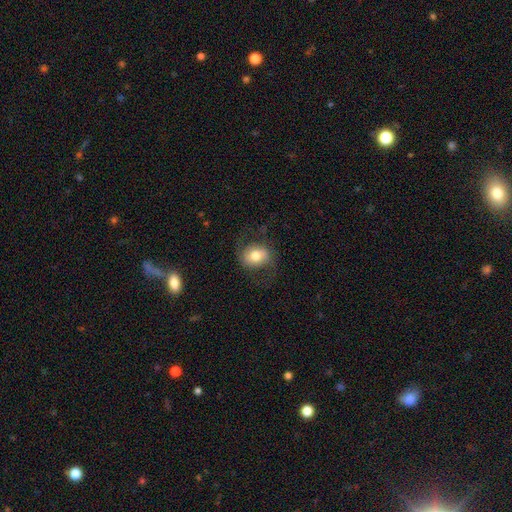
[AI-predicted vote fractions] smooth_or_featured: smooth (p=0.56) [alt: featured or disk p=0.35]
how_rounded: round (p=0.57) [alt: in between p=0.42]
merging: none (p=0.69) [alt: minor disturbance p=0.17]